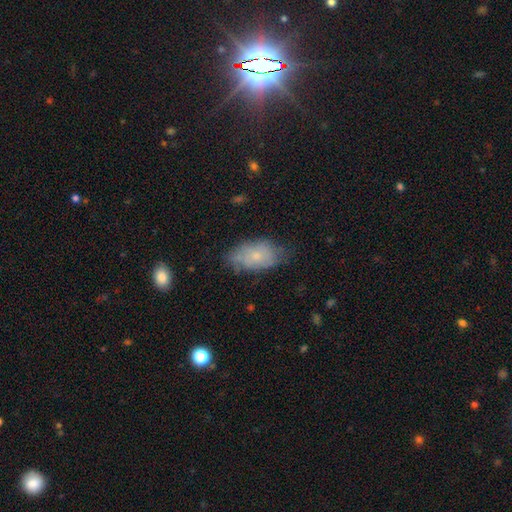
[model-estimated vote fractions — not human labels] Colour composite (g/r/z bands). It shows a smooth galaxy with no disk features (66%) that is in between round and cigar-shaped (92%). Merging: none (58%).